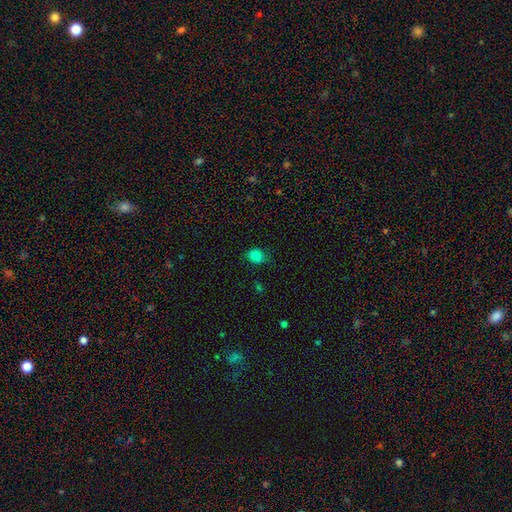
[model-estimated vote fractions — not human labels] Q: Smooth or featured?
A: smooth (83%); runner-up: star or artifact (13%)
Q: How rounded?
A: round (66%); runner-up: in between (33%)
Q: Merging?
A: none (73%); runner-up: minor disturbance (21%)